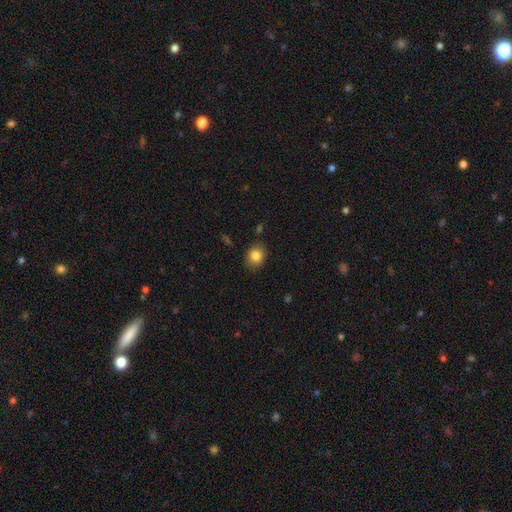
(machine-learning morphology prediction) Overall: smooth (84%). How rounded: round (56%; in between 43%). Merging: none (84%).